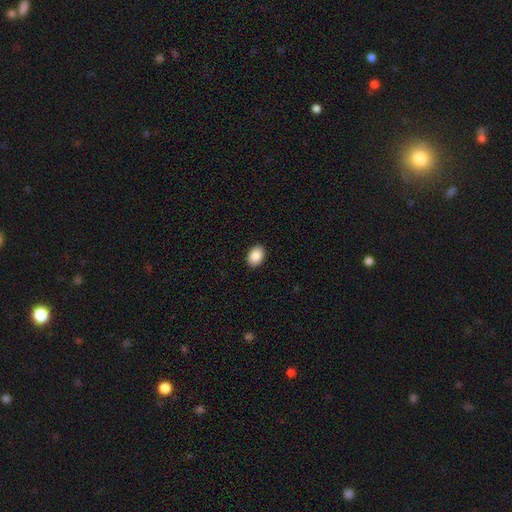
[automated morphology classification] This is clearly a smooth galaxy (88%). How rounded: clearly in between (81%). Merging: clearly none (91%).